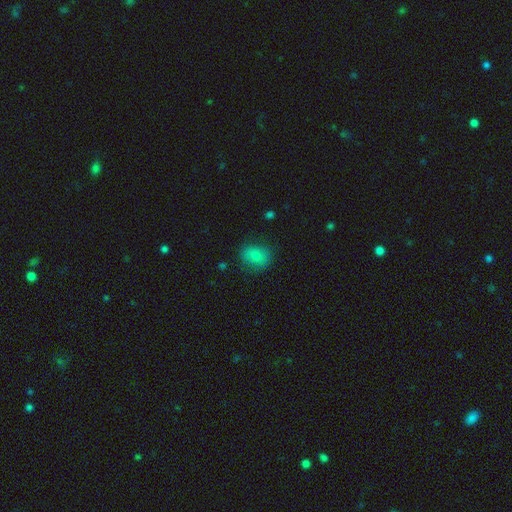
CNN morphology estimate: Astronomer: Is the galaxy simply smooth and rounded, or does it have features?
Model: smooth — 78%.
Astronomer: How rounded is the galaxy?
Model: round — 53% (runner-up: in between, 45%).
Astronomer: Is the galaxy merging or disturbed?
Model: none — 73%.